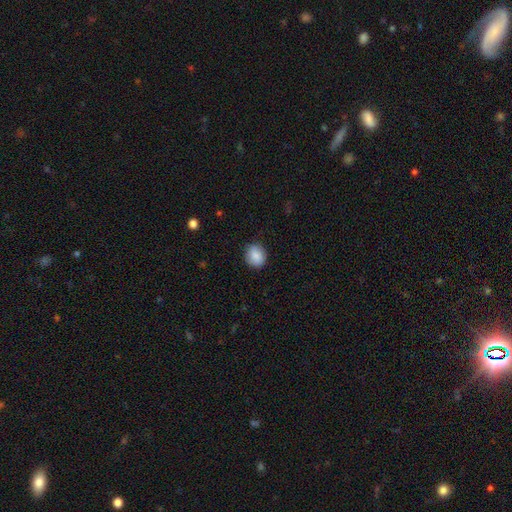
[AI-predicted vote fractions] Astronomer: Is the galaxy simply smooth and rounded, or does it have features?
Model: smooth — 87%.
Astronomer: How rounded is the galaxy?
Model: round — 70%.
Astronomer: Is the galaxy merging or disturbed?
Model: none — 86%.